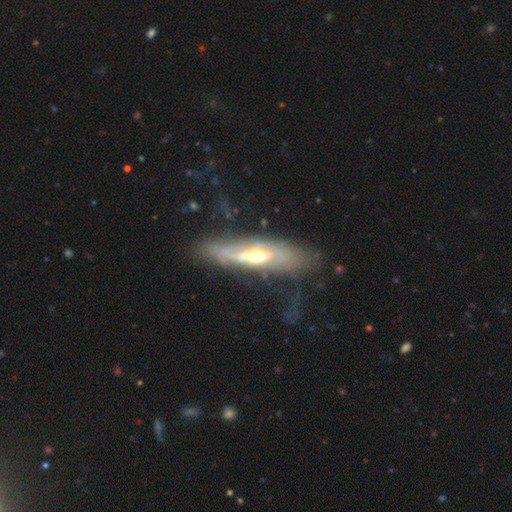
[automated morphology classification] Smooth or featured: featured or disk — 72% (smooth — 23%)
Edge-on disk: yes — 50% (tied with no — 50%)
Merging: none — 53% (minor disturbance — 25%)